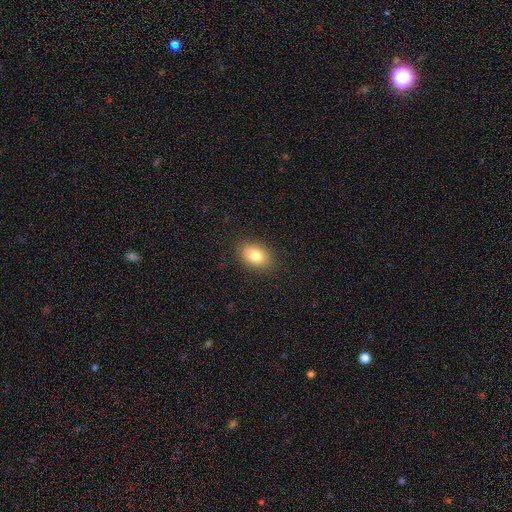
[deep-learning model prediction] A smooth galaxy with no disk features (79%) that is in between round and cigar-shaped (78%).

Vote fractions:
- Smooth or featured? smooth: 79% / featured or disk: 12% / star or artifact: 9%
- How rounded? in between: 78% / round: 21% / cigar-shaped: 1%
- Merging? none: 85% / minor disturbance: 11% / major disturbance: 3% / merger: 1%